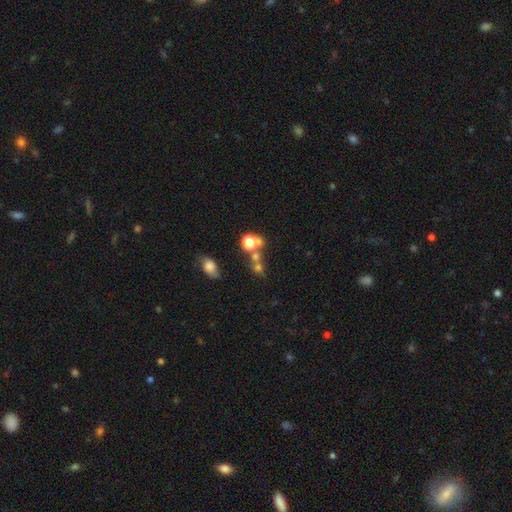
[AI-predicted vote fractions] Morphology: type=smooth (53%); roundness=round (72%); merging=none (47%).